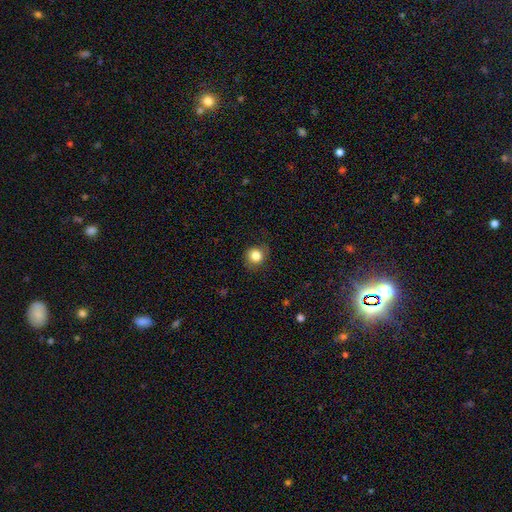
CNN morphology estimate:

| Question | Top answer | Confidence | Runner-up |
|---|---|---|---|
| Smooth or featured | smooth | 84% | star or artifact (10%) |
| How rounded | round | 83% | in between (16%) |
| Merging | none | 77% | minor disturbance (17%) |